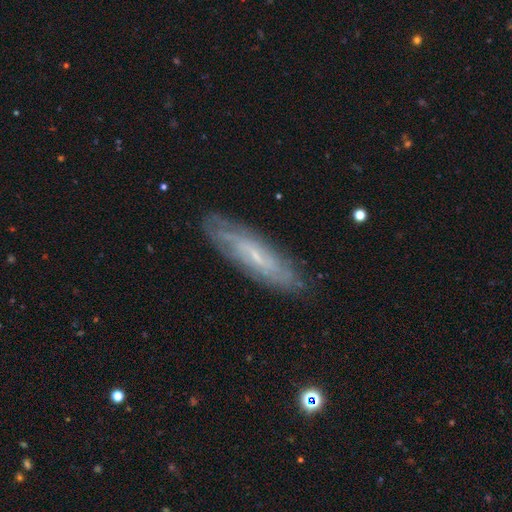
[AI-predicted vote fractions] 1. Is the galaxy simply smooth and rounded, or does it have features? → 65% featured or disk, 27% smooth, 8% star or artifact.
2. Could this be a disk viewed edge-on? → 65% no, 35% yes.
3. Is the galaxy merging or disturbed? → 82% none, 13% minor disturbance, 3% major disturbance, 1% merger.